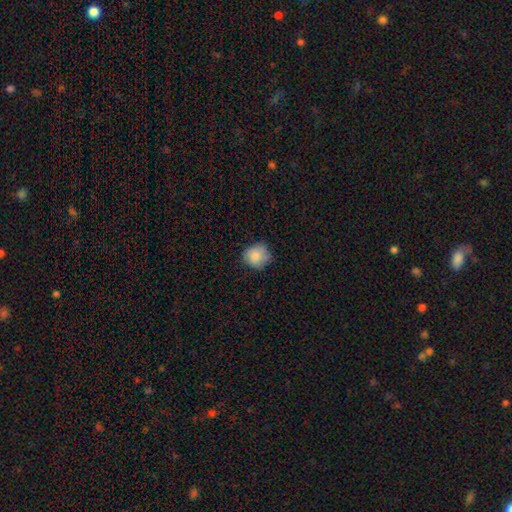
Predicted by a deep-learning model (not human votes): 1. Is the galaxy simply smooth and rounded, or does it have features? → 82% smooth, 10% featured or disk, 8% star or artifact.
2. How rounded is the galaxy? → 84% round, 15% in between, 1% cigar-shaped.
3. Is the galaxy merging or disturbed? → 71% none, 24% minor disturbance, 4% major disturbance, 1% merger.